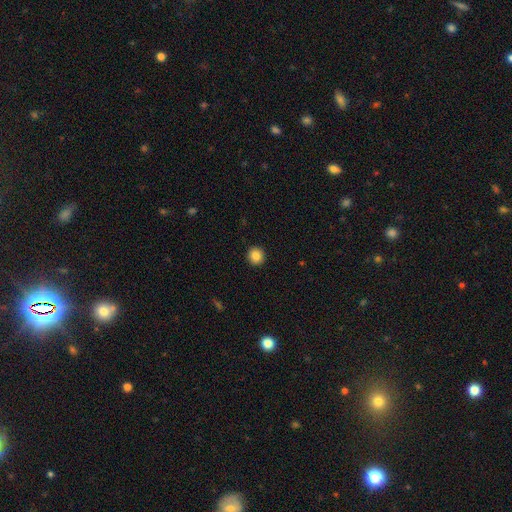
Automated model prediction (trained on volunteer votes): Smooth or featured? smooth (86%)
How rounded? round (93%)
Merging? none (93%)